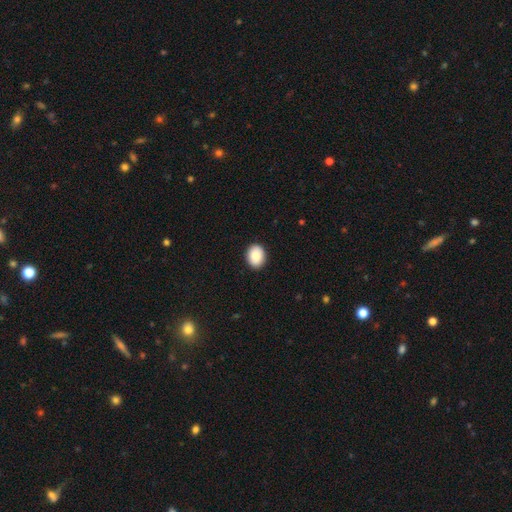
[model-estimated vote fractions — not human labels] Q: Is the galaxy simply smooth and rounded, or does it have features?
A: smooth — 88%.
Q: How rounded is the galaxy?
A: in between — 62%.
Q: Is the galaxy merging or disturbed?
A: none — 91%.